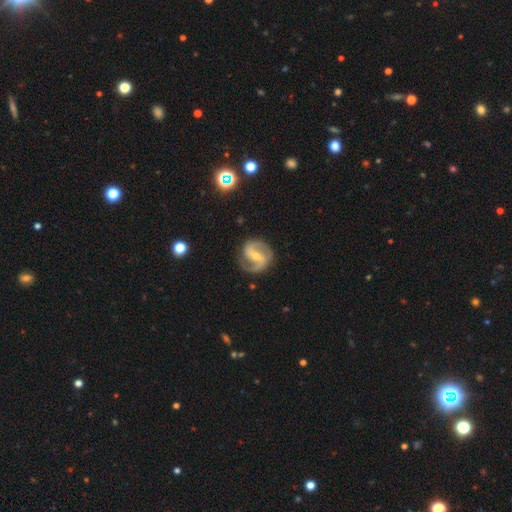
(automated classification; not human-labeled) A featured or disk galaxy (89%) with a weak bar (42%), 2 (91%) medium (56%) spiral arms (97%) and a small central bulge (57%).

Vote fractions:
- Smooth or featured? featured or disk: 89% / smooth: 7% / star or artifact: 4%
- Edge-on disk? no: 98% / yes: 2%
- Bar? weak: 42% / strong: 39% / no: 20%
- Spiral arms? yes: 97% / no: 3%
- Spiral winding? medium: 56% / tight: 23% / loose: 22%
- Spiral arm count? 2: 91% / can't tell: 3% / 1: 2% / 3: 2% / 4: 1% / more than 4: 1%
- Bulge size? small: 57% / moderate: 38% / none: 2% / large: 2% / dominant: 1%
- Merging? none: 82% / minor disturbance: 12% / major disturbance: 4% / merger: 1%